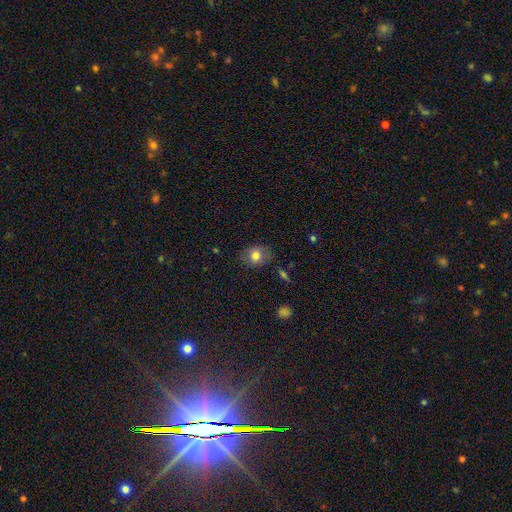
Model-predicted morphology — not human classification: smooth-or-featured: smooth: 77% | featured or disk: 13% | star or artifact: 10%
  how-rounded: round: 57% | in between: 42% | cigar-shaped: 1%
  merging: none: 78% | minor disturbance: 16% | major disturbance: 4% | merger: 2%